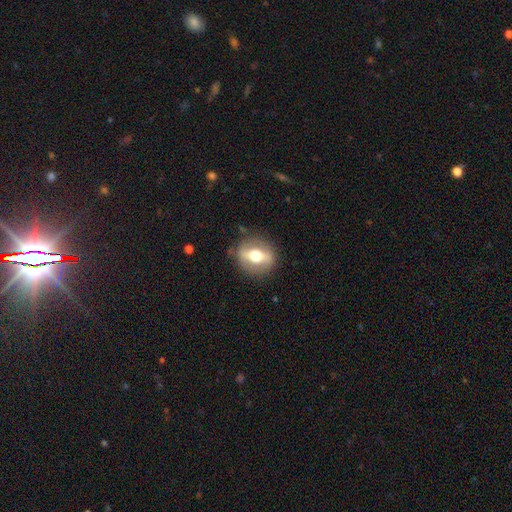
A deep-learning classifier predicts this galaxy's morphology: Q: Smooth or featured?
A: featured or disk (54%); runner-up: smooth (38%)
Q: Edge-on disk?
A: no (65%); runner-up: yes (35%)
Q: Merging?
A: none (82%); runner-up: minor disturbance (12%)